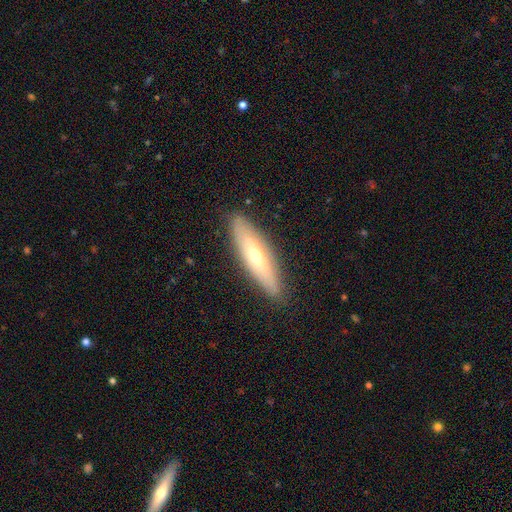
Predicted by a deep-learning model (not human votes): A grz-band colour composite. It shows a smooth galaxy with no disk features (47%). Merging: none (89%).